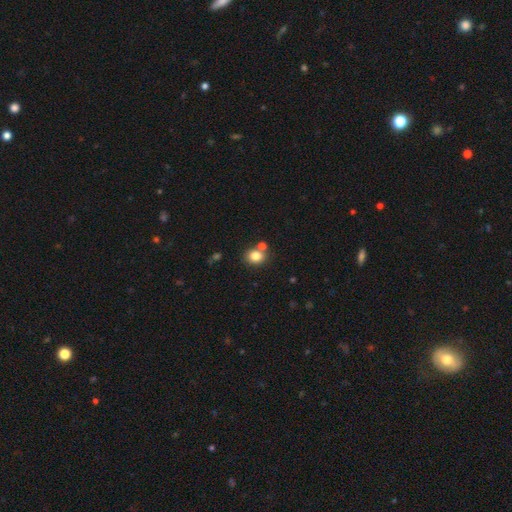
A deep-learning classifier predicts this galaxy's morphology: Smooth or featured? smooth (82%)
How rounded? round (61%)
Merging? none (67%)